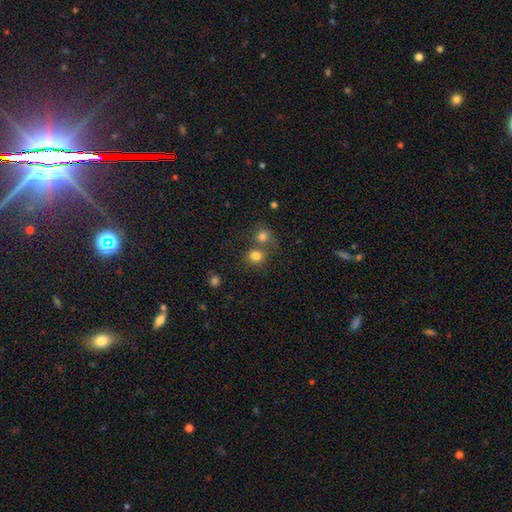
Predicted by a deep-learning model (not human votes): A smooth galaxy with no disk features (79%) that is round (82%). Merging: none (52%).